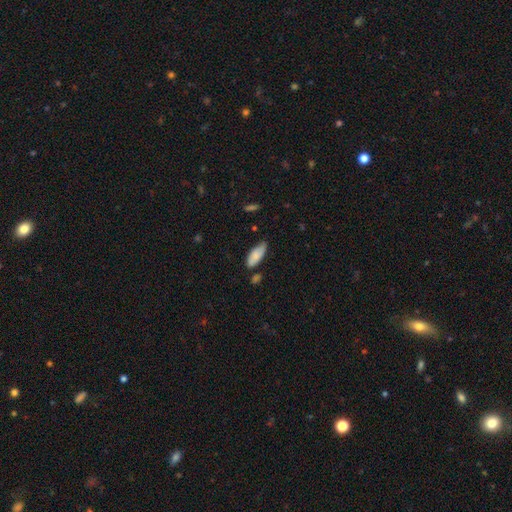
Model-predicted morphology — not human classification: smooth_or_featured: smooth (p=0.79) [alt: featured or disk p=0.15]
how_rounded: in between (p=0.79) [alt: cigar-shaped p=0.19]
merging: none (p=0.64) [alt: minor disturbance p=0.27]